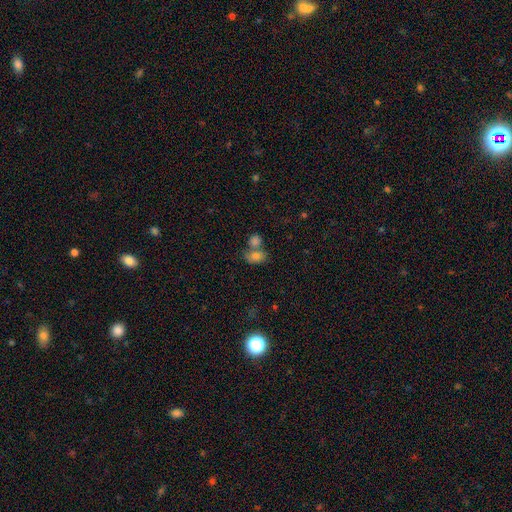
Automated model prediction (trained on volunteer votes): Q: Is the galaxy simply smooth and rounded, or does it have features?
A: smooth — 76%.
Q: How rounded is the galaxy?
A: in between — 67%.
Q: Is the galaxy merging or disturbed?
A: merger — 45%.